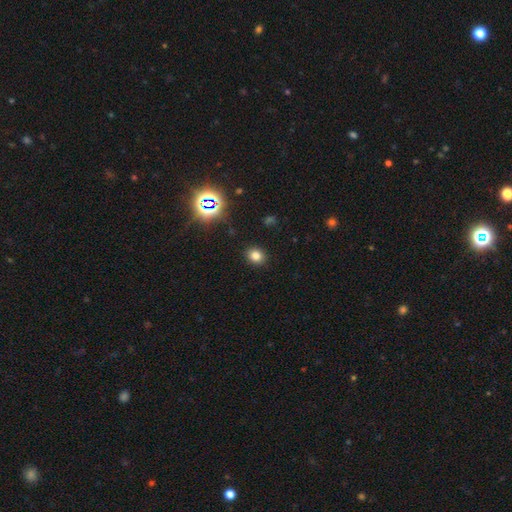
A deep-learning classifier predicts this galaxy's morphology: Smooth or featured? Predicted: smooth (p=0.77). How rounded? Predicted: round (p=0.67). Merging? Predicted: none (p=0.89).